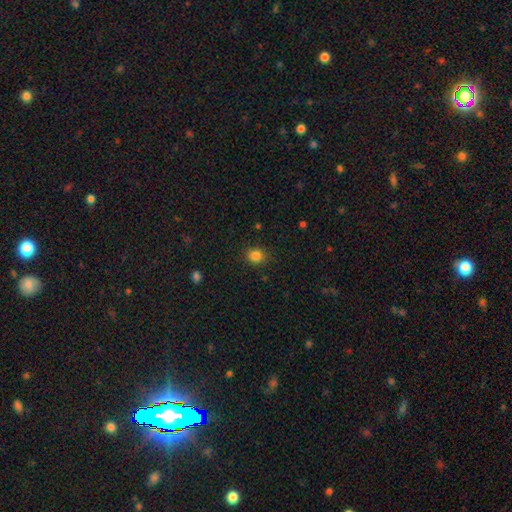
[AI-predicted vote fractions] This is clearly a smooth galaxy (84%). How rounded: likely round (77%). Merging: clearly none (87%).